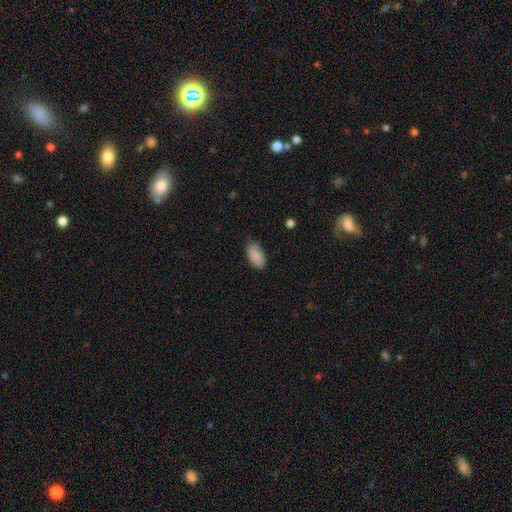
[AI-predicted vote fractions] Overall: smooth (88%). How rounded: in between (94%). Merging: none (73%).